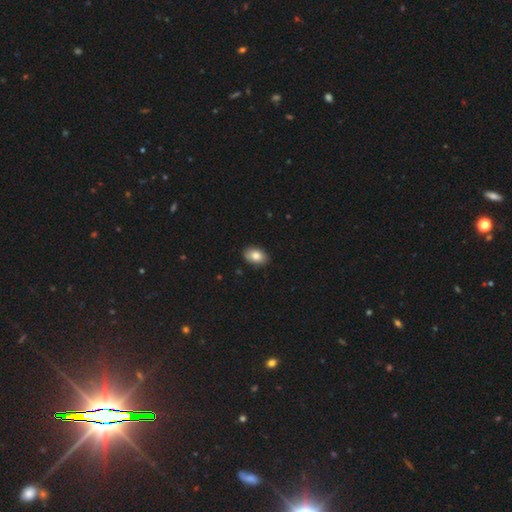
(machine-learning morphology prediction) smooth_or_featured: smooth (p=0.83) [alt: featured or disk p=0.10]
how_rounded: in between (p=0.88) [alt: round p=0.11]
merging: none (p=0.88) [alt: minor disturbance p=0.09]